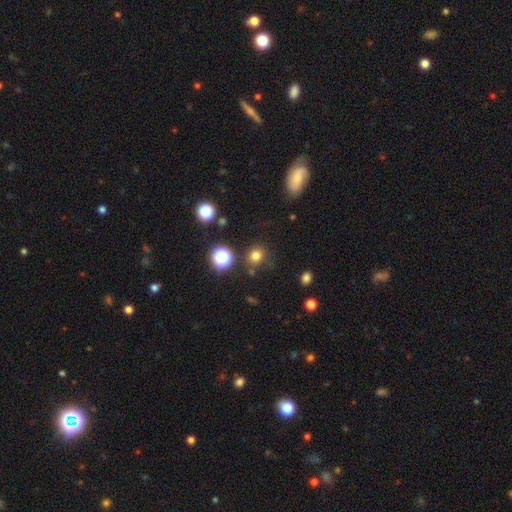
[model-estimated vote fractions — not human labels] This appears to be a smooth galaxy with no disk features (76%) that is round (86%). Merging: none (82%).